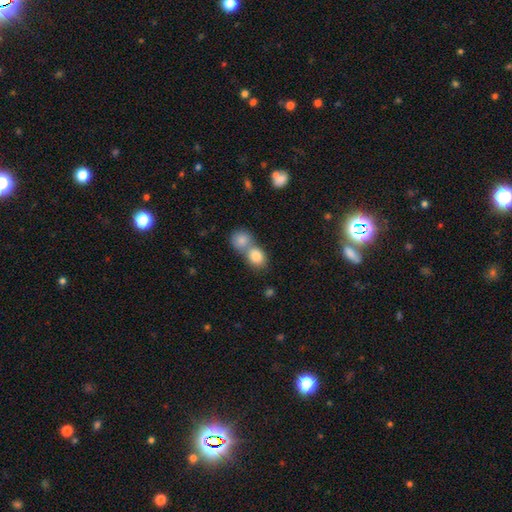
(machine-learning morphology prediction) Smooth or featured: smooth — 84% (star or artifact — 8%)
How rounded: round — 57% (in between — 41%)
Merging: merger — 59% (none — 32%)